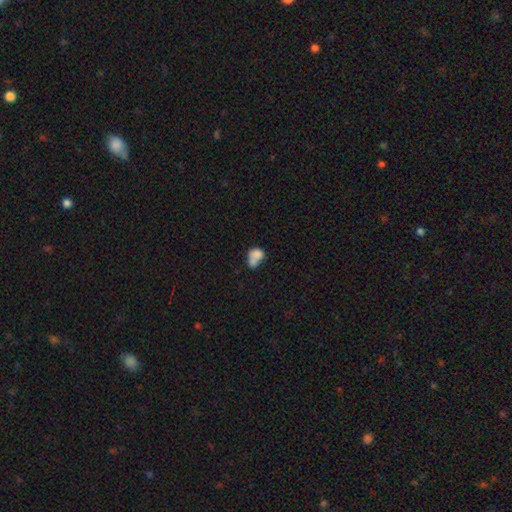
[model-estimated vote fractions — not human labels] This appears to be a smooth galaxy with no disk features (74%) that is in between round and cigar-shaped (59%). Merging: merger (55%).